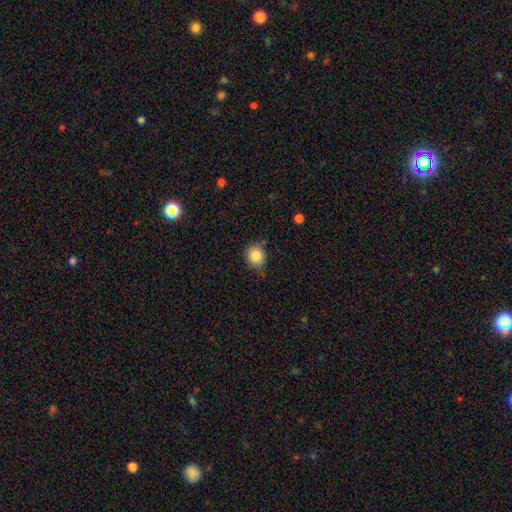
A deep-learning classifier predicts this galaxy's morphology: Smooth or featured?
  - smooth: 84% *
  - star or artifact: 9%
  - featured or disk: 7%
How rounded?
  - round: 79% *
  - in between: 20%
  - cigar-shaped: 1%
Merging?
  - none: 66% *
  - minor disturbance: 26%
  - major disturbance: 5%
  - merger: 3%